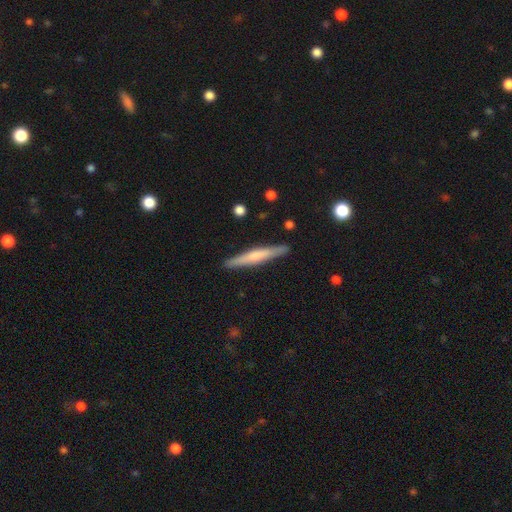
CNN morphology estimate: Smooth or featured? featured or disk (51%)
Edge-on disk? yes (97%)
Merging? none (90%)